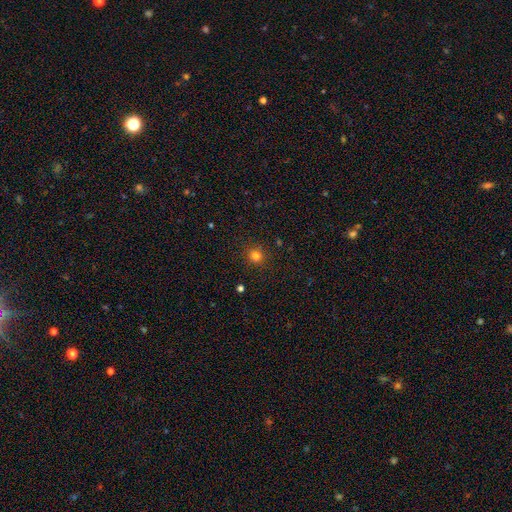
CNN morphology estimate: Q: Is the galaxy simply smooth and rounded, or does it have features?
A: smooth — 80%.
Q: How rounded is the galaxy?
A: round — 91%.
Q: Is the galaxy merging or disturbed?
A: none — 90%.